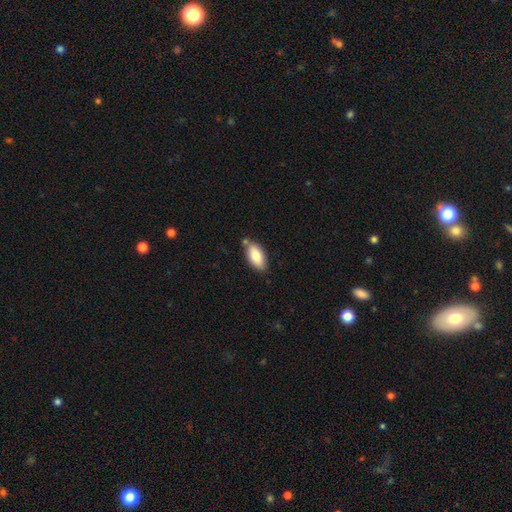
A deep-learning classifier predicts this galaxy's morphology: Smooth or featured? smooth (84%)
How rounded? in between (91%)
Merging? none (75%)